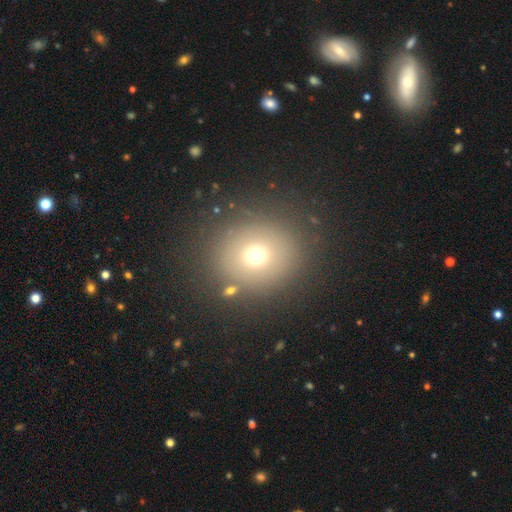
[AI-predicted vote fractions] A smooth galaxy with no disk features (68%) that is round (82%). Merging: none (83%).